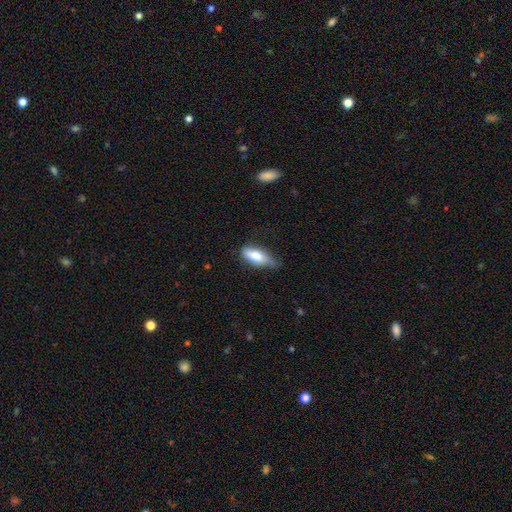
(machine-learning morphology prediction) Smooth or featured: smooth — 70% (featured or disk — 23%)
How rounded: in between — 75% (cigar-shaped — 22%)
Merging: none — 46% (minor disturbance — 41%)